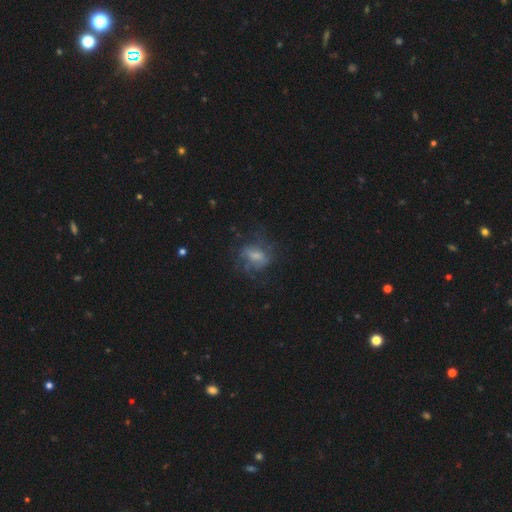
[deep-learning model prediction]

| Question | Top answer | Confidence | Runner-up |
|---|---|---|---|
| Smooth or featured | featured or disk | 47% | smooth (39%) |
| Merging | none | 48% | major disturbance (29%) |